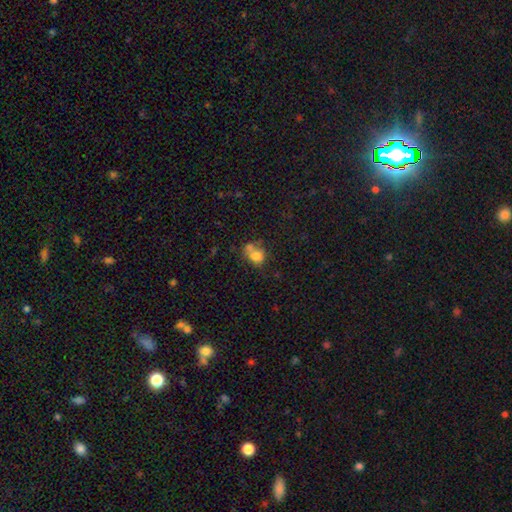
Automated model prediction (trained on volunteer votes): Smooth or featured?
  - smooth: 75% *
  - featured or disk: 14%
  - star or artifact: 11%
How rounded?
  - round: 50% *
  - in between: 49%
  - cigar-shaped: 1%
Merging?
  - merger: 37% *
  - none: 34%
  - minor disturbance: 18%
  - major disturbance: 10%